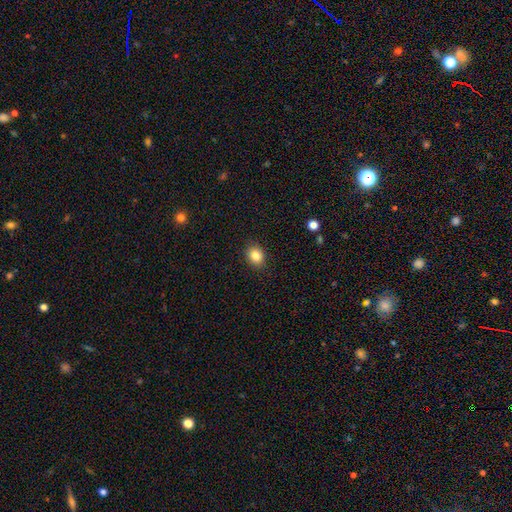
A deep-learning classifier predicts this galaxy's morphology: smooth-or-featured: smooth: 84% | star or artifact: 10% | featured or disk: 6%
  how-rounded: round: 60% | in between: 39% | cigar-shaped: 1%
  merging: none: 89% | minor disturbance: 8% | major disturbance: 2% | merger: 1%